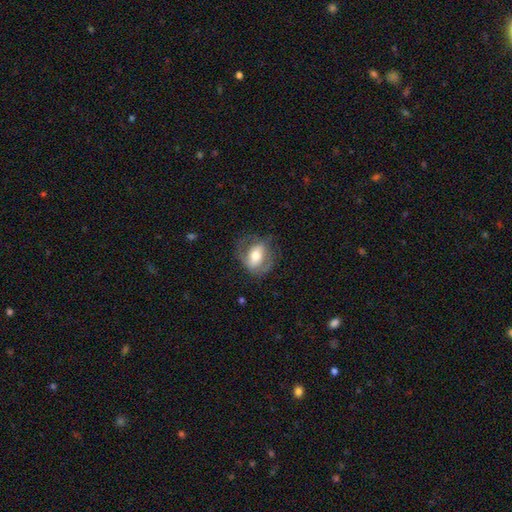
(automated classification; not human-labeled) Q: Smooth or featured?
A: featured or disk (54%); runner-up: smooth (39%)
Q: Edge-on disk?
A: no (93%); runner-up: yes (7%)
Q: Bar?
A: strong (36%); runner-up: weak (33%)
Q: Spiral arms?
A: yes (62%); runner-up: no (38%)
Q: Bulge size?
A: moderate (64%); runner-up: large (19%)
Q: Merging?
A: none (61%); runner-up: minor disturbance (21%)